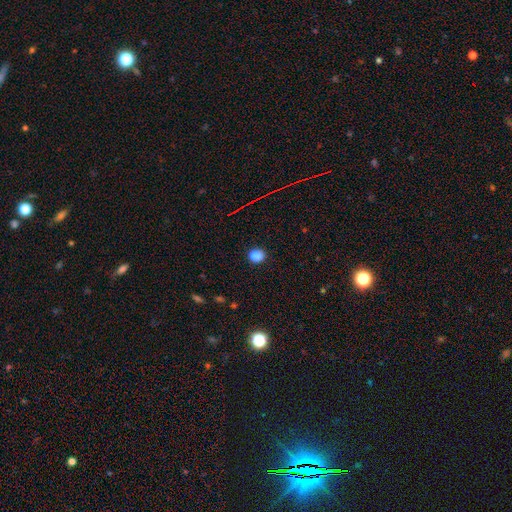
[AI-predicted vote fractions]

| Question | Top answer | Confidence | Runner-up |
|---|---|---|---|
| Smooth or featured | smooth | 84% | star or artifact (13%) |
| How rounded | round | 65% | in between (34%) |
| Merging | none | 86% | minor disturbance (10%) |